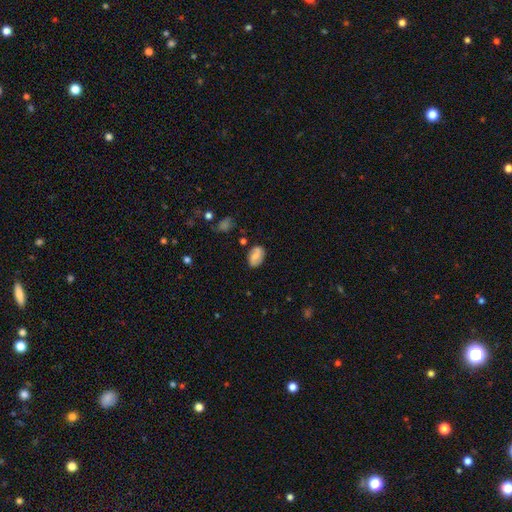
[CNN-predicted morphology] smooth_or_featured: smooth (p=0.62) [alt: featured or disk p=0.30]
how_rounded: in between (p=0.88) [alt: round p=0.11]
merging: none (p=0.77) [alt: minor disturbance p=0.16]